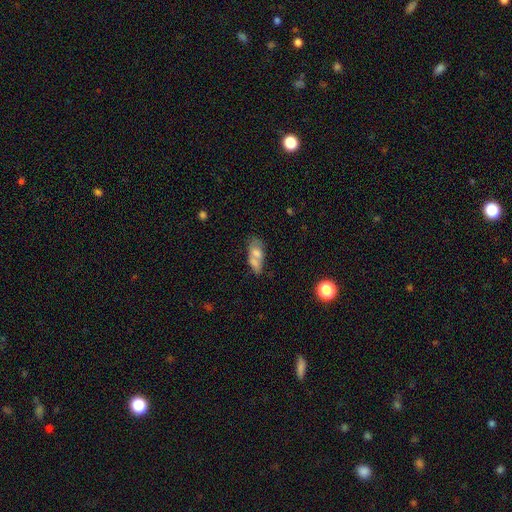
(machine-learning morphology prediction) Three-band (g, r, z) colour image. It shows a smooth galaxy with no disk features (61%) that is in between round and cigar-shaped (82%). Merging: merger (36%).